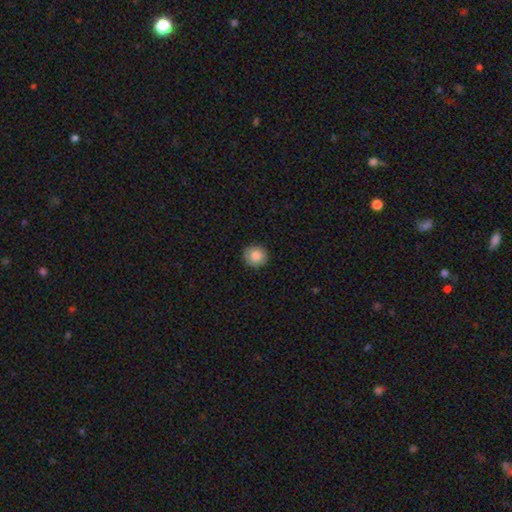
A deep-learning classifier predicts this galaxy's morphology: Smooth or featured?
  - smooth: 87% *
  - star or artifact: 9%
  - featured or disk: 5%
How rounded?
  - round: 91% *
  - in between: 8%
  - cigar-shaped: 1%
Merging?
  - none: 89% *
  - minor disturbance: 8%
  - major disturbance: 2%
  - merger: 1%